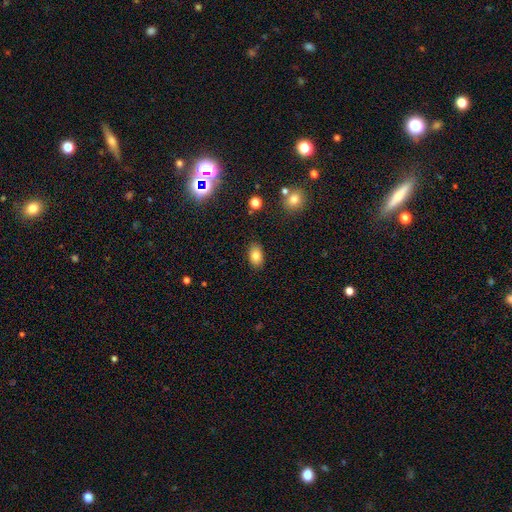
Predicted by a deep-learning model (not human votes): A smooth galaxy with no disk features (81%) that is in between round and cigar-shaped (87%). Merging: none (87%).